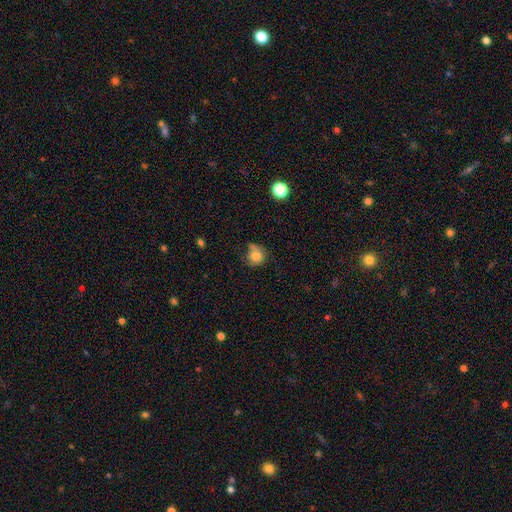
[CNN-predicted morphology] Smooth or featured: smooth — 79% (star or artifact — 11%)
How rounded: round — 83% (in between — 16%)
Merging: none — 52% (minor disturbance — 27%)